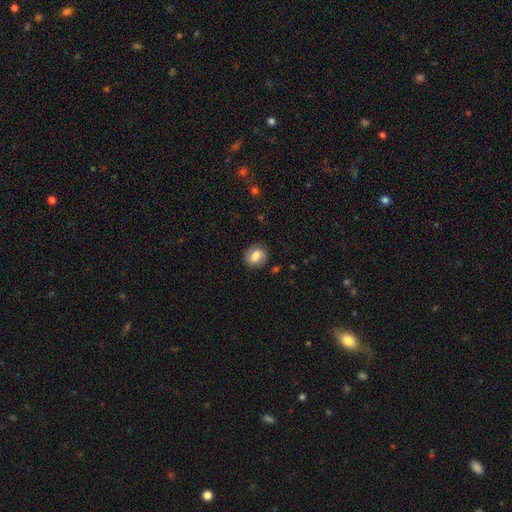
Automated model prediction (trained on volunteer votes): Smooth or featured? Predicted: smooth (p=0.77). How rounded? Predicted: round (p=0.60). Merging? Predicted: none (p=0.81).